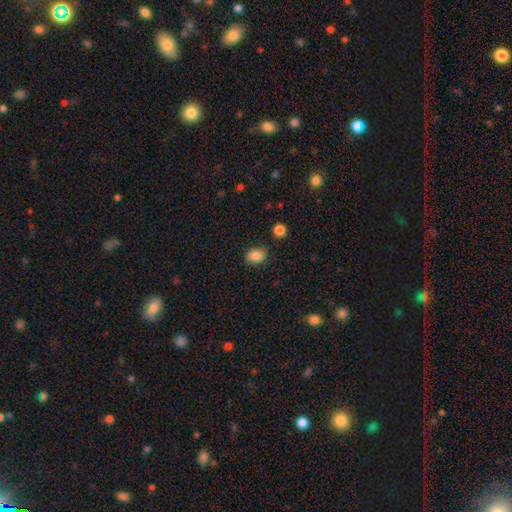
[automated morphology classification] smooth 86%, star or artifact 9%, featured or disk 4%. Down the decision tree: how rounded — in between (75%); merging — none (81%).